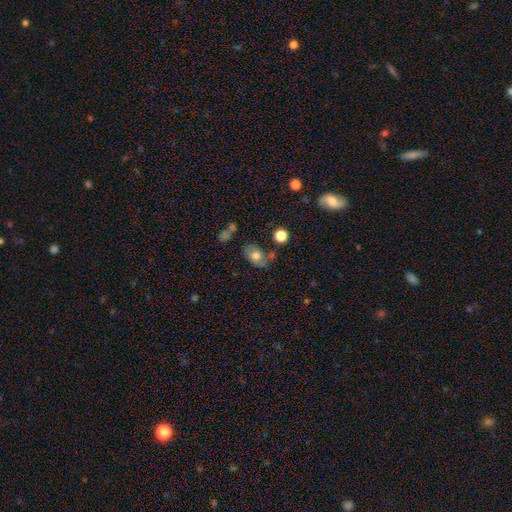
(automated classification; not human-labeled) Smooth or featured: smooth — 70% (featured or disk — 21%)
How rounded: in between — 76% (round — 22%)
Merging: none — 53% (minor disturbance — 25%)